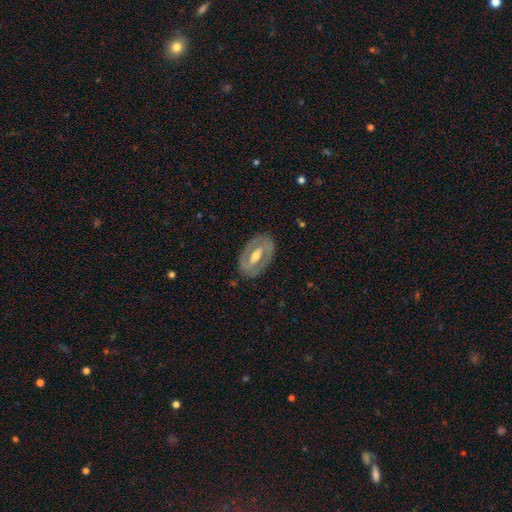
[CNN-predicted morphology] This is likely a featured or disk galaxy (75%). It is clearly not viewed edge-on (92%). Bar: marginally strong (44%). Spiral arm pattern: possibly yes (53%). Central bulge: likely moderate (66%). Merging: clearly none (84%).